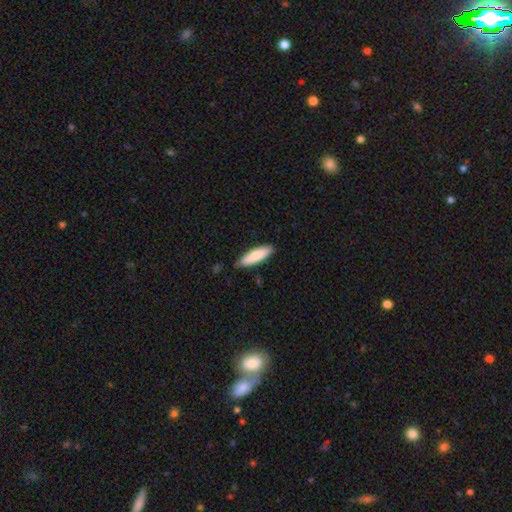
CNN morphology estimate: This appears to be a smooth galaxy with no disk features (83%) that is cigar-shaped (60%). Merging: none (84%).